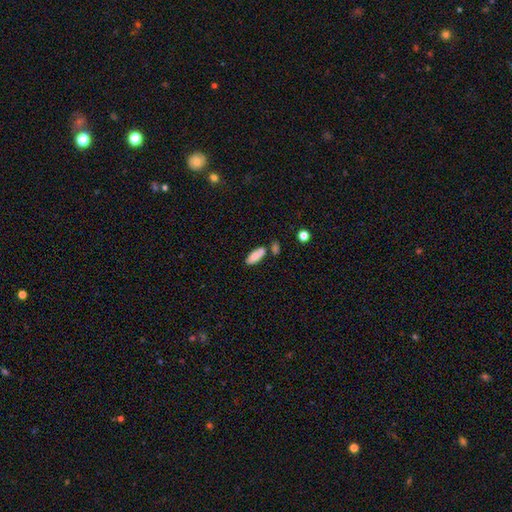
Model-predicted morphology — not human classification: type=smooth (77%); roundness=in between (82%); merging=none (62%).